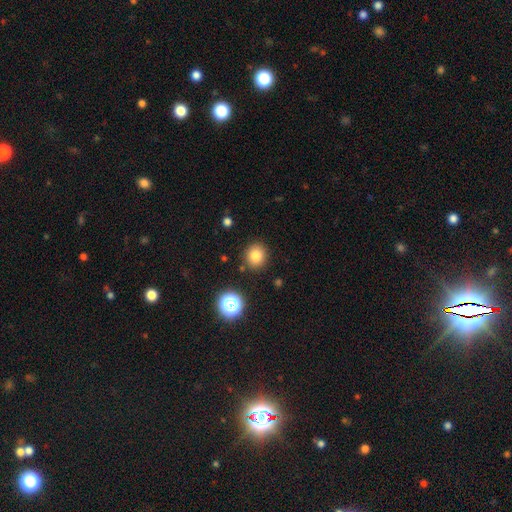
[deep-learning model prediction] smooth-or-featured: smooth: 81% | star or artifact: 13% | featured or disk: 6%
  how-rounded: round: 84% | in between: 15% | cigar-shaped: 1%
  merging: none: 87% | minor disturbance: 8% | merger: 3% | major disturbance: 3%